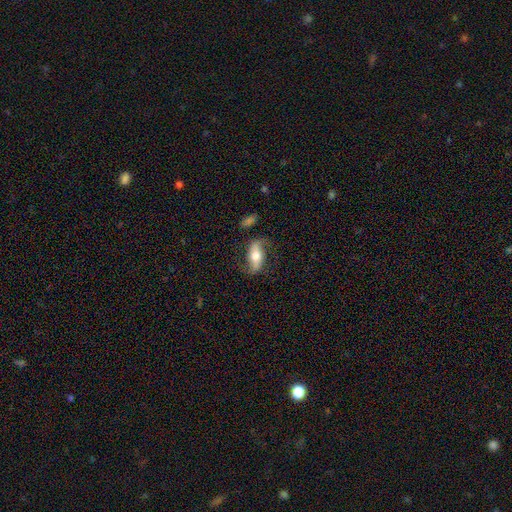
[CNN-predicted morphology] Smooth or featured? Predicted: featured or disk (p=0.59). Edge-on disk? Predicted: no (p=0.81). Merging? Predicted: none (p=0.71).